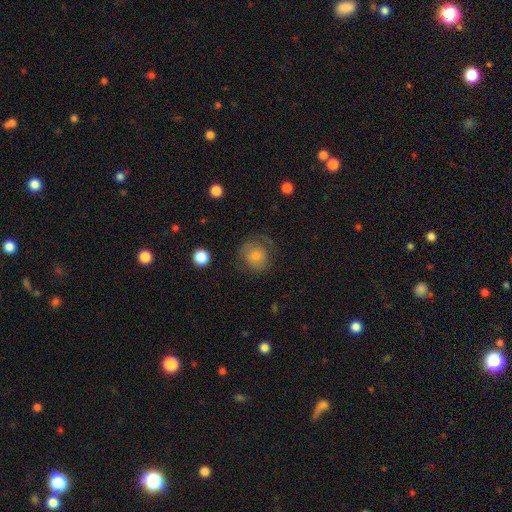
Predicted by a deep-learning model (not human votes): Smooth or featured: smooth — 66% (featured or disk — 23%)
How rounded: round — 82% (in between — 17%)
Merging: none — 68% (minor disturbance — 19%)